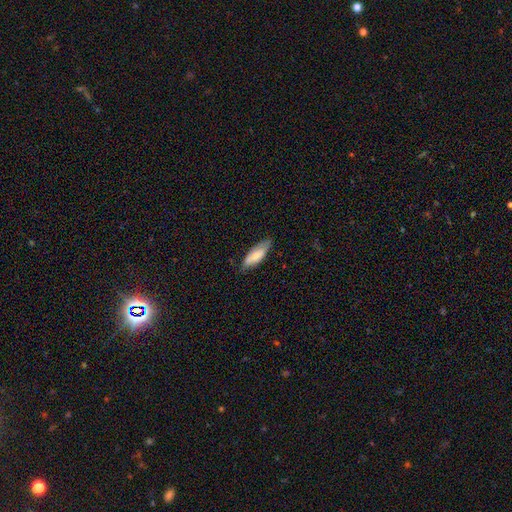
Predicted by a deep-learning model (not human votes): A smooth galaxy with no disk features (73%) that is in between round and cigar-shaped (64%). Merging: none (75%).